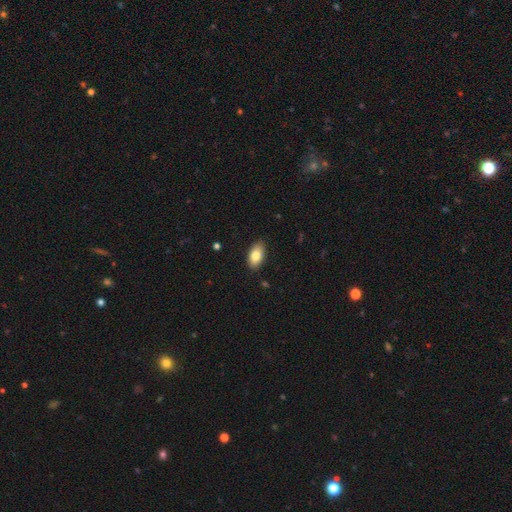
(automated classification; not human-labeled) Smooth or featured? Predicted: smooth (p=0.80). How rounded? Predicted: in between (p=0.93). Merging? Predicted: none (p=0.88).